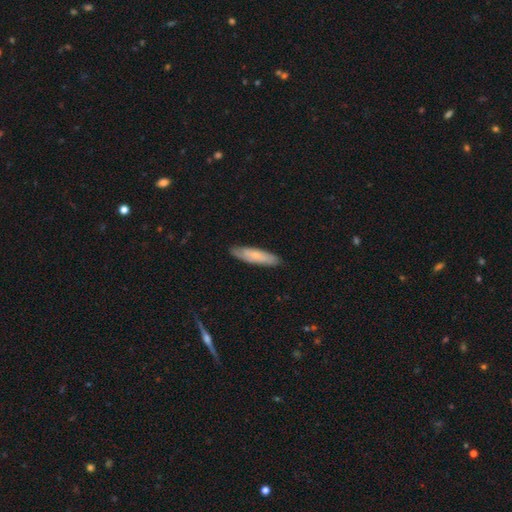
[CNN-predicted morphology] This is likely a smooth galaxy (62%). How rounded: likely cigar-shaped (69%). Merging: clearly none (85%).